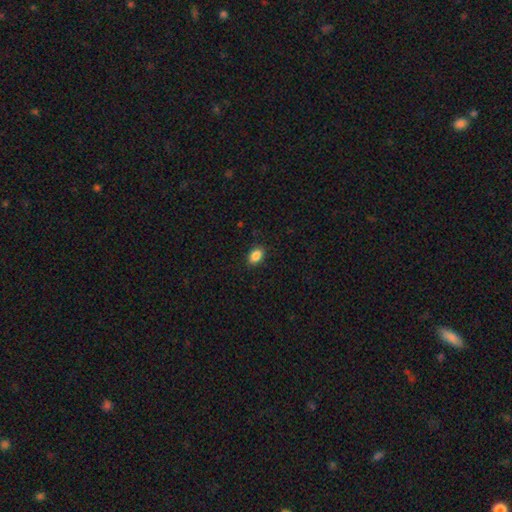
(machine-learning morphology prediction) Q: Smooth or featured?
A: smooth (87%); runner-up: star or artifact (9%)
Q: How rounded?
A: in between (84%); runner-up: round (15%)
Q: Merging?
A: none (88%); runner-up: minor disturbance (9%)